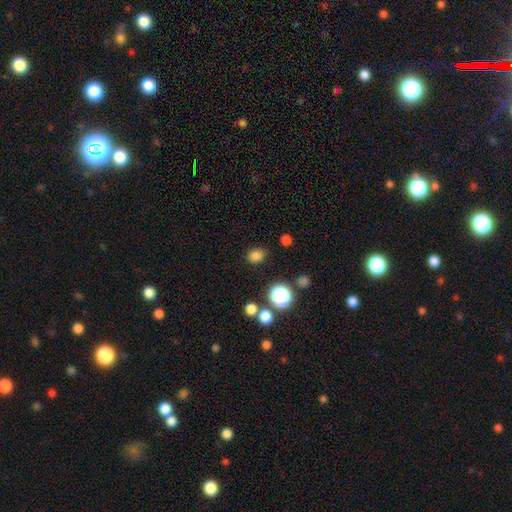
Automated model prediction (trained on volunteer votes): smooth 79%, star or artifact 16%, featured or disk 4%. Down the decision tree: how rounded — round (63%); merging — none (83%).